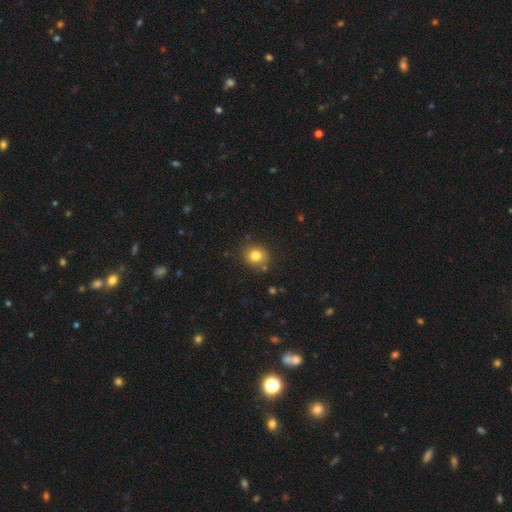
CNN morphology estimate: Smooth or featured?
  - smooth: 79% *
  - star or artifact: 12%
  - featured or disk: 9%
How rounded?
  - round: 81% *
  - in between: 18%
  - cigar-shaped: 1%
Merging?
  - none: 82% *
  - minor disturbance: 11%
  - merger: 4%
  - major disturbance: 3%